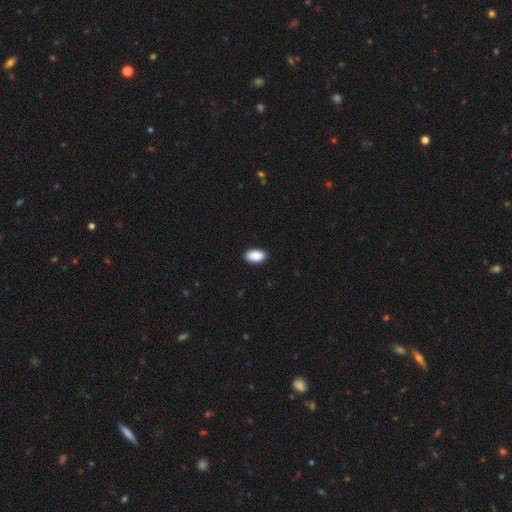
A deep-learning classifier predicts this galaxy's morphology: This is clearly a smooth galaxy (91%). How rounded: clearly in between (94%). Merging: clearly none (89%).